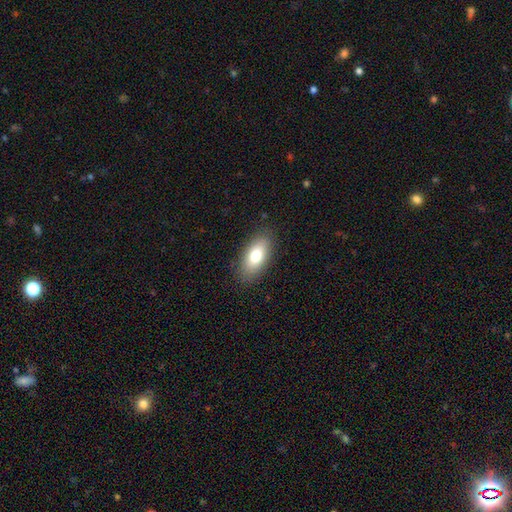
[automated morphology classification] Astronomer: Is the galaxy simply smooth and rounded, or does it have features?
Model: smooth — 78%.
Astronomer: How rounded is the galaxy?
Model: in between — 89%.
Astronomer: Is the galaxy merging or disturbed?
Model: none — 87%.